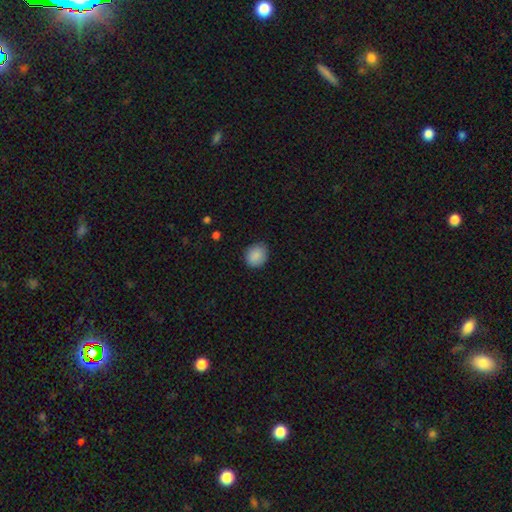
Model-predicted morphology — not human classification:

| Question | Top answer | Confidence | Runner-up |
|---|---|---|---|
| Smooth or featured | smooth | 88% | star or artifact (8%) |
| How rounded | round | 72% | in between (27%) |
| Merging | none | 84% | minor disturbance (12%) |